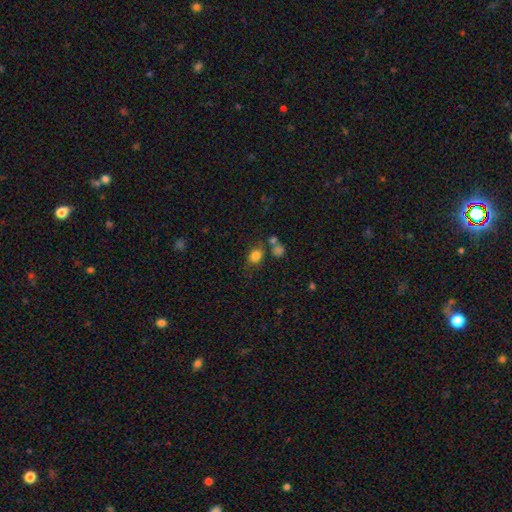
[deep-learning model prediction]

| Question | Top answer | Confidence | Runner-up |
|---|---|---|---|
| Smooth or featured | smooth | 80% | star or artifact (12%) |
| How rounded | round | 55% | in between (44%) |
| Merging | none | 61% | minor disturbance (16%) |